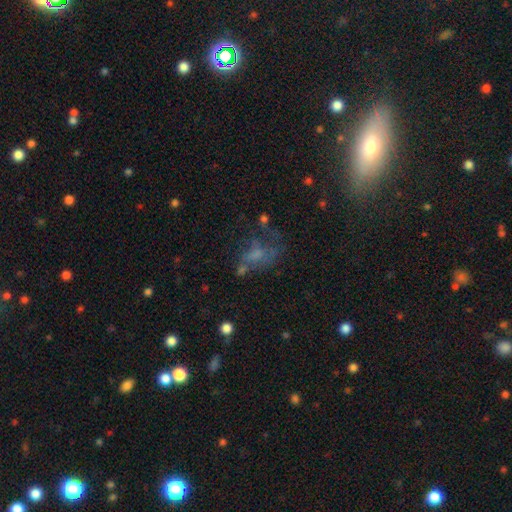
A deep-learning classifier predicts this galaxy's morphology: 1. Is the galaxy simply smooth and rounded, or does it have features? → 37% smooth, 36% featured or disk, 27% star or artifact.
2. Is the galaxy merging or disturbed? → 40% none, 31% major disturbance, 18% minor disturbance, 11% merger.